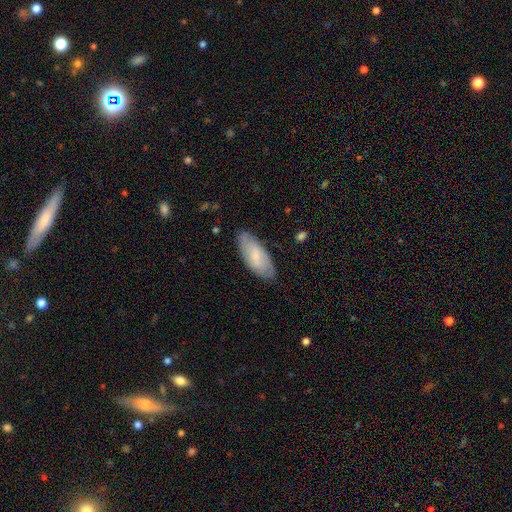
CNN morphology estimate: Smooth or featured? Predicted: smooth (p=0.63). How rounded? Predicted: in between (p=0.82). Merging? Predicted: none (p=0.80).